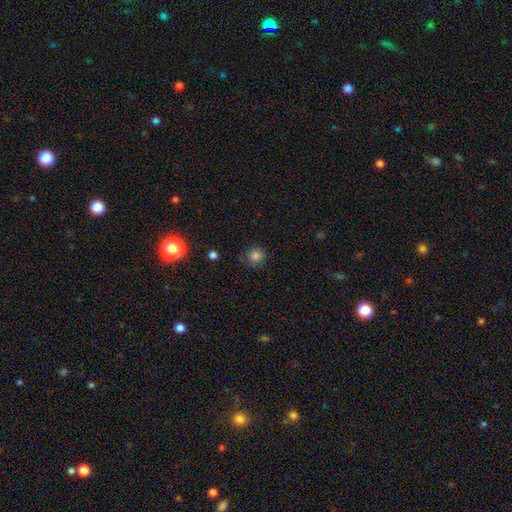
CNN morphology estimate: Q: Smooth or featured?
A: smooth (79%); runner-up: star or artifact (14%)
Q: How rounded?
A: round (86%); runner-up: in between (13%)
Q: Merging?
A: none (80%); runner-up: minor disturbance (15%)